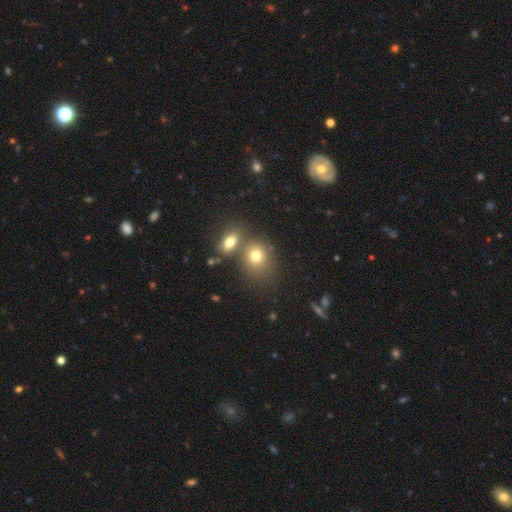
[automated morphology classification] type=smooth (75%); roundness=round (57%); merging=none (45%).